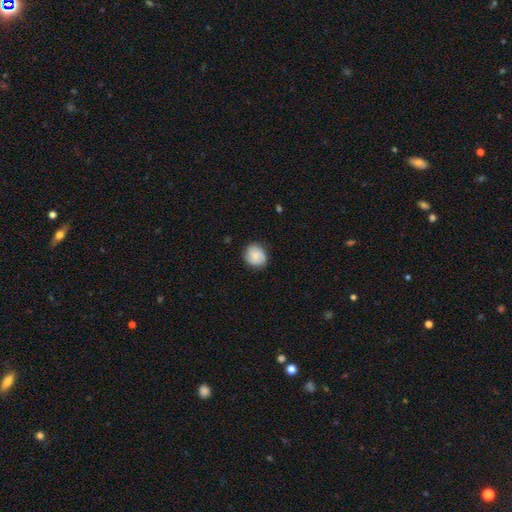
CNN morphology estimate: A smooth galaxy with no disk features (66%) that is round (77%). Merging: none (81%).